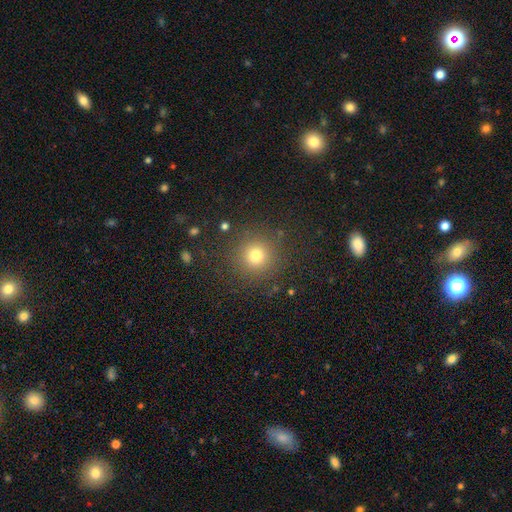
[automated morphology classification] Q: Smooth or featured?
A: smooth (76%); runner-up: star or artifact (17%)
Q: How rounded?
A: round (94%); runner-up: in between (5%)
Q: Merging?
A: none (87%); runner-up: minor disturbance (8%)